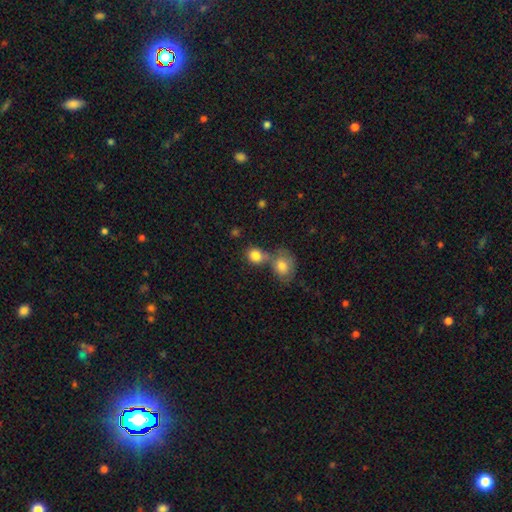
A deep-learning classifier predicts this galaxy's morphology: Q: Smooth or featured?
A: smooth (83%); runner-up: star or artifact (9%)
Q: How rounded?
A: round (68%); runner-up: in between (31%)
Q: Merging?
A: merger (44%); runner-up: none (42%)